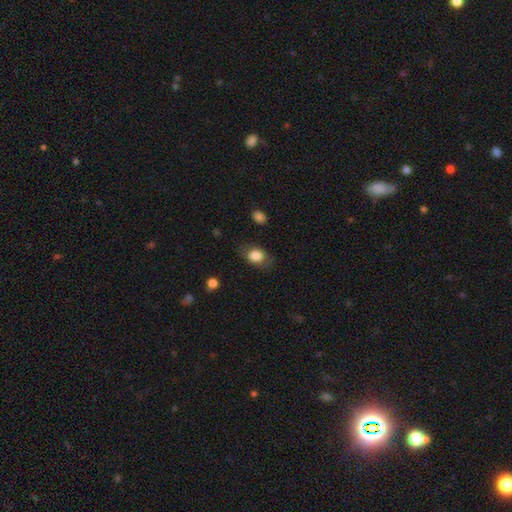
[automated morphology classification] This is clearly a smooth galaxy (80%). How rounded: likely in between (73%). Merging: likely none (73%).